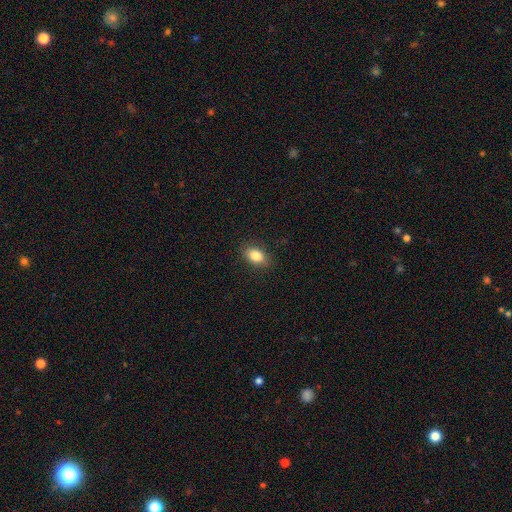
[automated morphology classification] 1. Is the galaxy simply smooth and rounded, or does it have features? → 85% smooth, 8% star or artifact, 7% featured or disk.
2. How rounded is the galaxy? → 85% in between, 13% round, 2% cigar-shaped.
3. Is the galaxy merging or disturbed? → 87% none, 10% minor disturbance, 3% major disturbance, 1% merger.